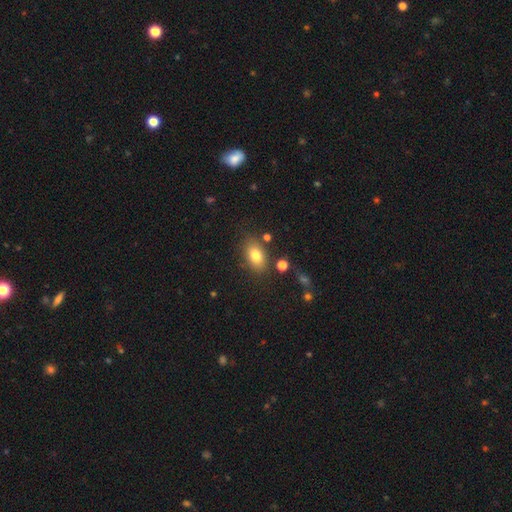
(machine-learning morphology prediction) smooth-or-featured: smooth: 78% | featured or disk: 12% | star or artifact: 10%
  how-rounded: in between: 84% | round: 14% | cigar-shaped: 2%
  merging: none: 79% | minor disturbance: 12% | merger: 5% | major disturbance: 4%